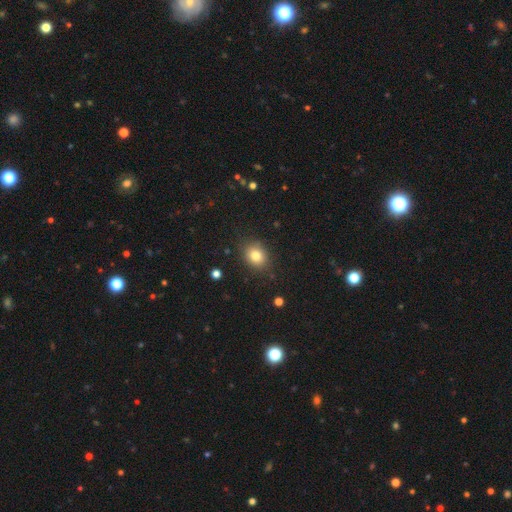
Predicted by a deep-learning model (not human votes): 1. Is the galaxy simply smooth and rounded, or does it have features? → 81% smooth, 11% star or artifact, 8% featured or disk.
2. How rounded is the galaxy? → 56% round, 43% in between, 1% cigar-shaped.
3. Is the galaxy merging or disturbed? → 85% none, 11% minor disturbance, 3% major disturbance, 1% merger.